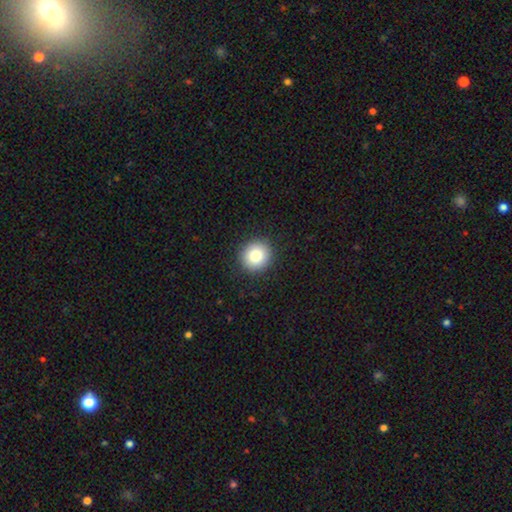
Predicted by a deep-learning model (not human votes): Overall: smooth (84%). How rounded: round (90%). Merging: none (91%).